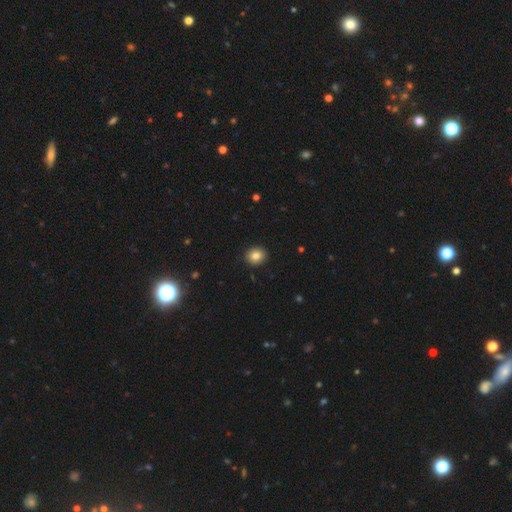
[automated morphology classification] Smooth or featured: smooth — 84% (star or artifact — 10%)
How rounded: round — 75% (in between — 24%)
Merging: none — 92% (minor disturbance — 6%)